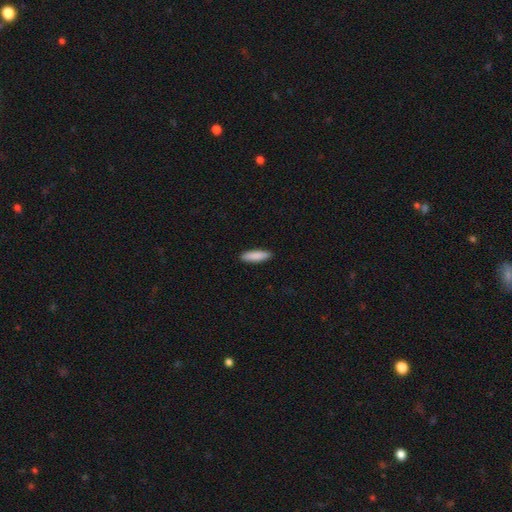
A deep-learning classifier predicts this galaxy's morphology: Smooth or featured? smooth (89%)
How rounded? cigar-shaped (64%)
Merging? none (91%)